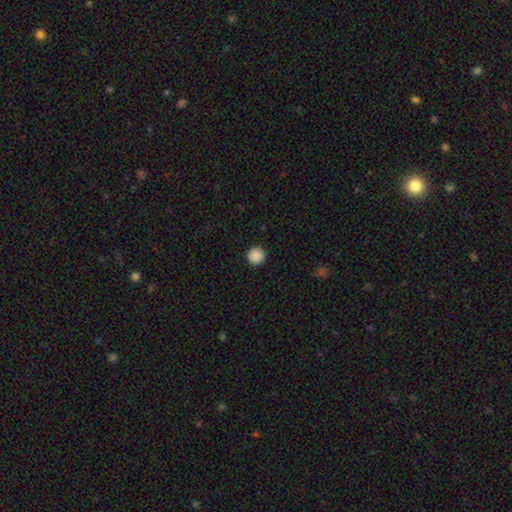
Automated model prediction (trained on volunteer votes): The model was most divided on "smooth or featured": smooth: 89%, star or artifact: 9%, featured or disk: 2%. More confident: how rounded — round (96%); merging — none (93%).